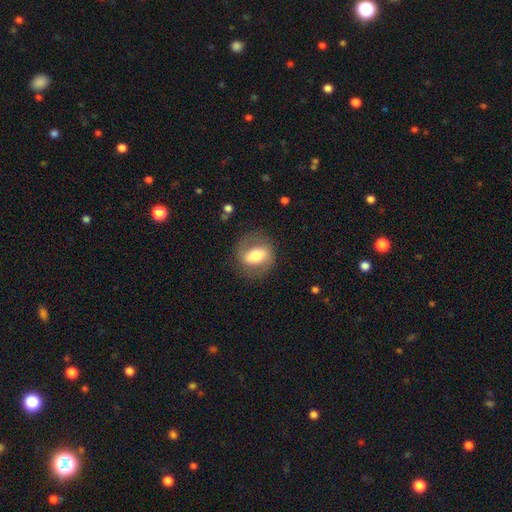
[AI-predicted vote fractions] This appears to be a featured or disk galaxy (52%). Merging: none (77%).